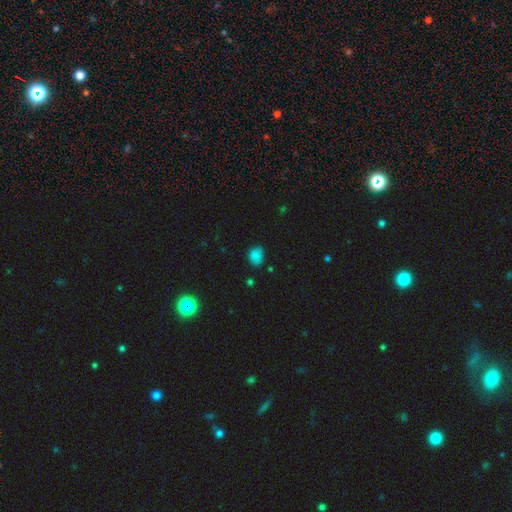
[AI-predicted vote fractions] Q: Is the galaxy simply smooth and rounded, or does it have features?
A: smooth — 81%.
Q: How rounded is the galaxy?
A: in between — 51%.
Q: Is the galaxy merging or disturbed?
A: none — 70%.